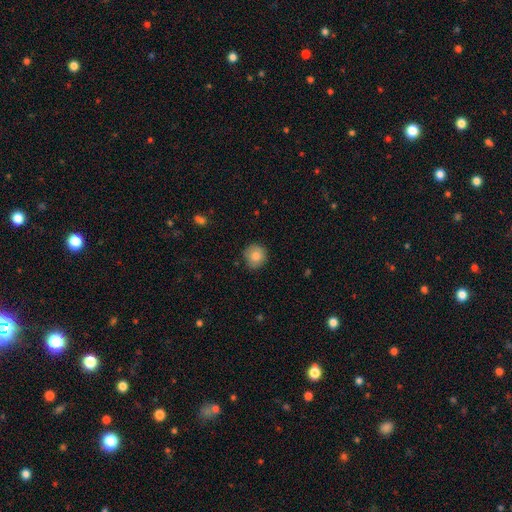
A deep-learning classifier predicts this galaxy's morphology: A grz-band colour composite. It shows a smooth galaxy with no disk features (83%) that is round (93%). Merging: none (85%).